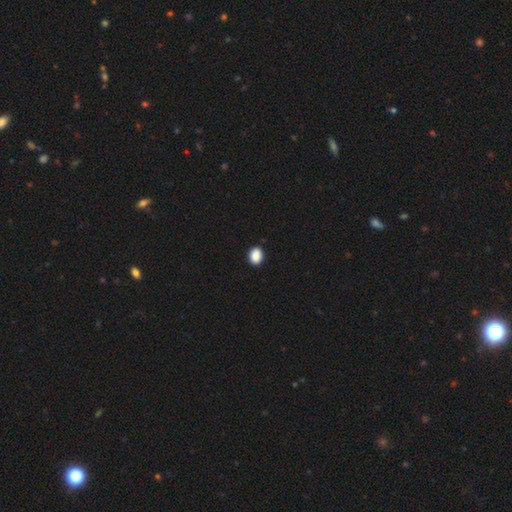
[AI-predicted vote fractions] Smooth or featured? smooth (89%)
How rounded? in between (58%)
Merging? none (91%)